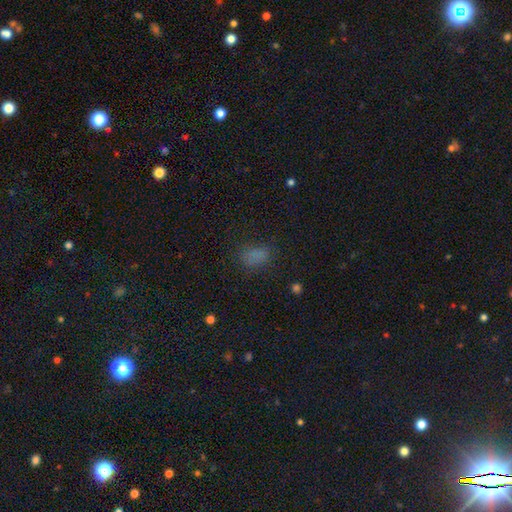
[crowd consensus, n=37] This appears to be a smooth galaxy with no disk features (86%) that is in between round and cigar-shaped (100%). Merging: none (91%).